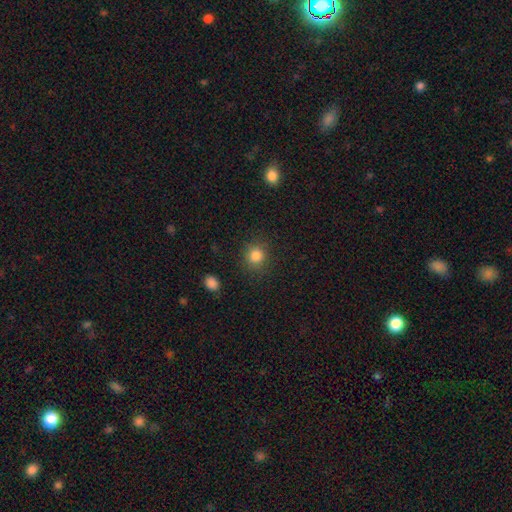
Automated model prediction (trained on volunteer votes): Morphology: type=smooth (83%); roundness=round (88%); merging=none (87%).